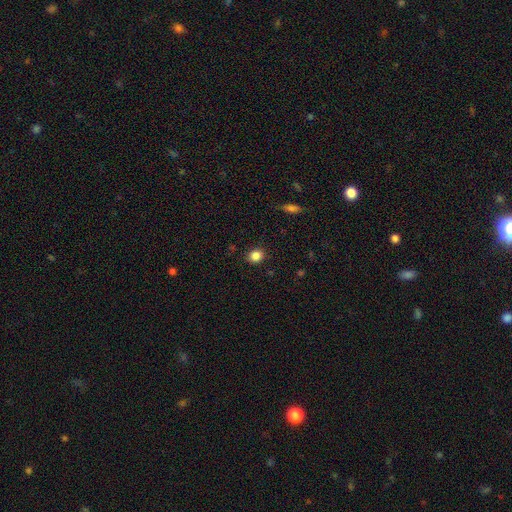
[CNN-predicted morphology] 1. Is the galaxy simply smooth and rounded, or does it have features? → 86% smooth, 10% star or artifact, 4% featured or disk.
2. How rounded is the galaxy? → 65% round, 34% in between, 1% cigar-shaped.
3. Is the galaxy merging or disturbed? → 88% none, 9% minor disturbance, 2% major disturbance, 1% merger.